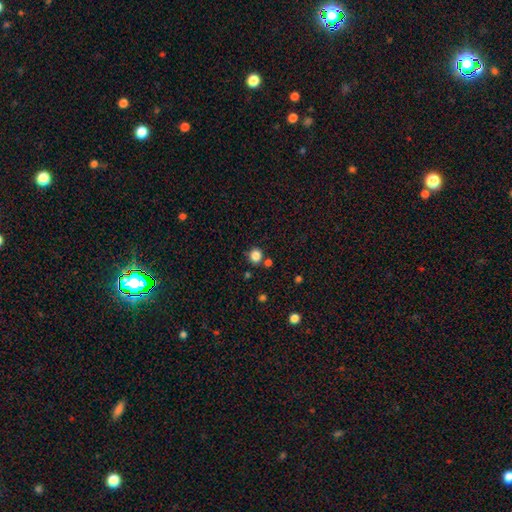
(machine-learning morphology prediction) A smooth galaxy with no disk features (84%) that is round (88%). Merging: none (79%).